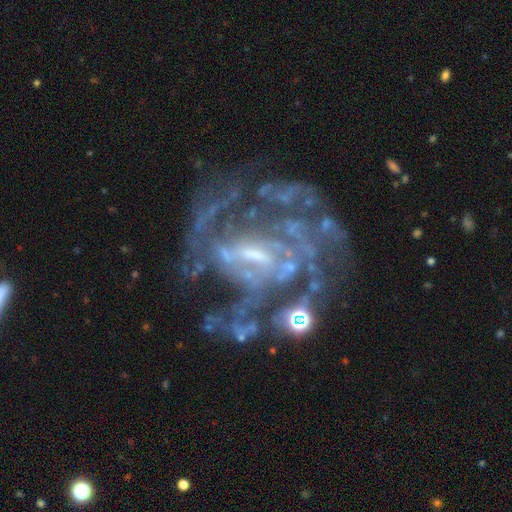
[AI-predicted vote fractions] featured or disk 87%, star or artifact 8%, smooth 5%. Down the decision tree: edge-on disk — no (97%); bar — weak (48%); spiral arms — yes (89%); spiral arm count — can't tell (34%); spiral winding — medium (44%); bulge size — small (45%); merging — none (43%).